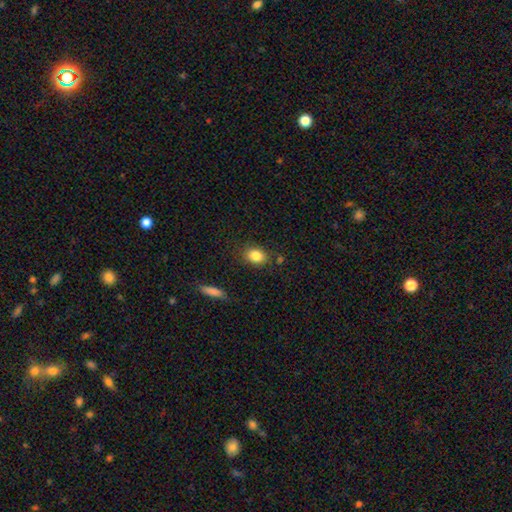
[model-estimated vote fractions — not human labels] Smooth or featured?
  - smooth: 85% *
  - star or artifact: 9%
  - featured or disk: 7%
How rounded?
  - in between: 63% *
  - round: 35%
  - cigar-shaped: 2%
Merging?
  - none: 80% *
  - minor disturbance: 13%
  - merger: 4%
  - major disturbance: 4%